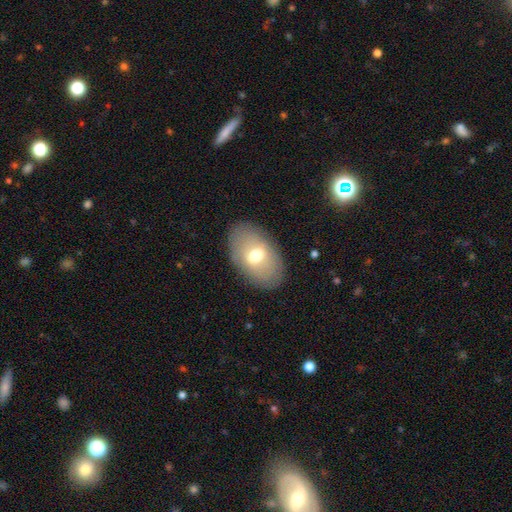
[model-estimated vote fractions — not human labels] Smooth or featured? smooth (62%)
How rounded? in between (89%)
Merging? none (85%)